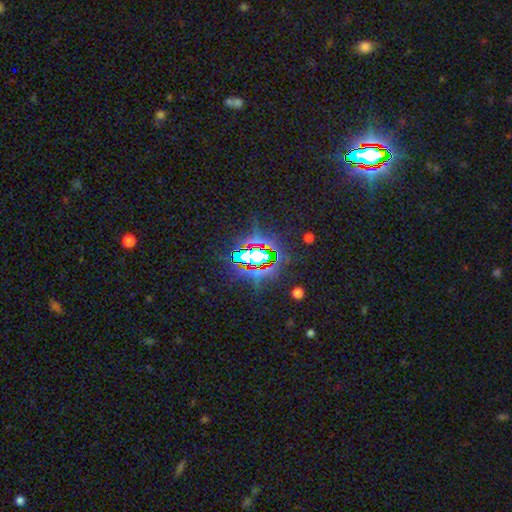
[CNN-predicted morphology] Q: Smooth or featured?
A: star or artifact (75%); runner-up: smooth (13%)